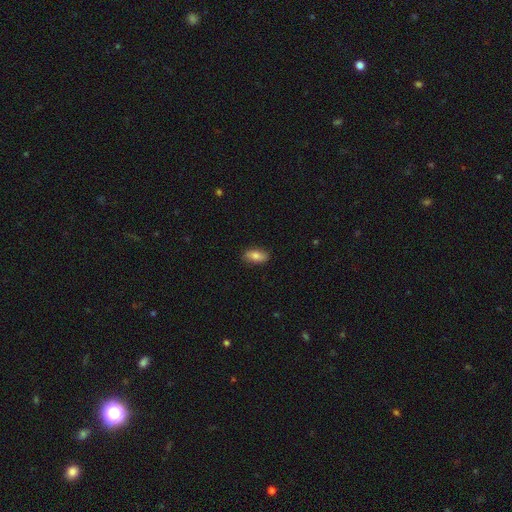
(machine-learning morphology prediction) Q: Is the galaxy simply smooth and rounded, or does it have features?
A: smooth — 79%.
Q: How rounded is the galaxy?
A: in between — 85%.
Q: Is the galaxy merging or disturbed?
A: none — 85%.